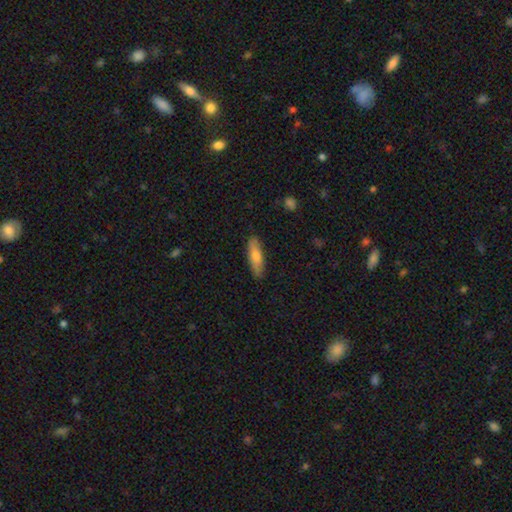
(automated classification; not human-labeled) The model was most divided on "how rounded": cigar-shaped: 65%, in between: 33%, round: 2%. More confident: merging — none (86%); smooth or featured — smooth (67%).